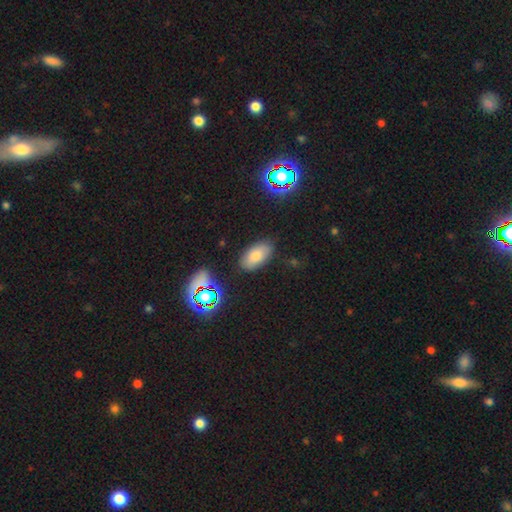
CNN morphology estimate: The model was most divided on "smooth or featured": smooth: 77%, star or artifact: 11%, featured or disk: 11%. More confident: how rounded — in between (93%); merging — none (82%).